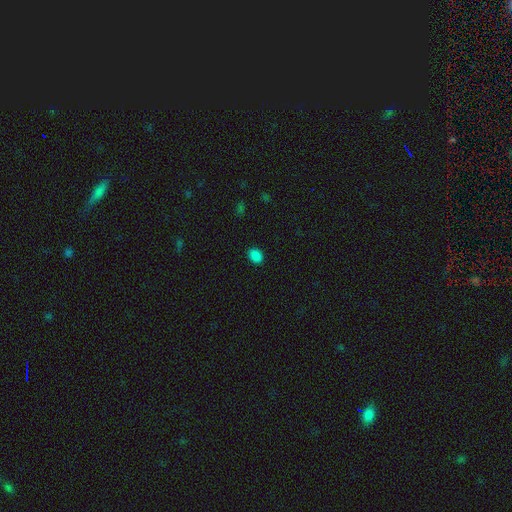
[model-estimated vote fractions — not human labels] This is clearly a smooth galaxy (85%). How rounded: likely in between (69%). Merging: clearly none (89%).